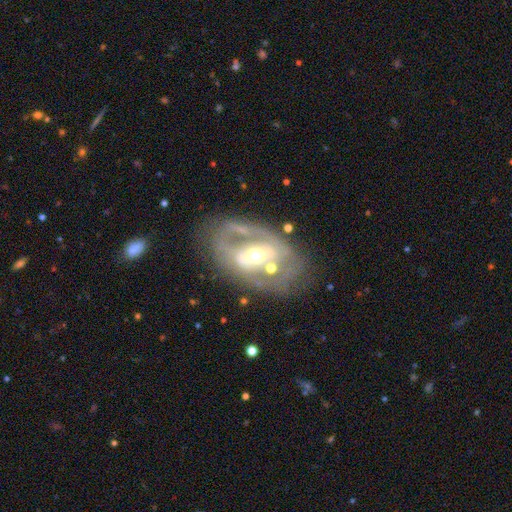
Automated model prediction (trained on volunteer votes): Overall: featured or disk (79%). Edge-on disk: no (93%). Bar: strong (41%; weak 33%). Spiral arms: yes (57%; no 43%). Bulge size: moderate (64%; small 25%). Merging: none (60%).